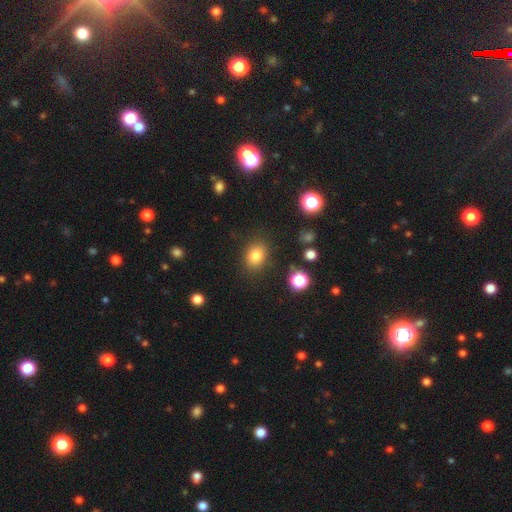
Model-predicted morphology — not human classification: smooth_or_featured: smooth (p=0.80) [alt: star or artifact p=0.13]
how_rounded: in between (p=0.53) [alt: round p=0.46]
merging: none (p=0.84) [alt: minor disturbance p=0.10]